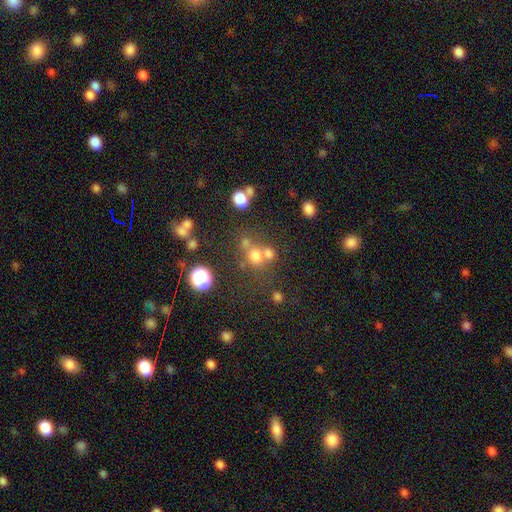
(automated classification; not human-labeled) smooth-or-featured: smooth: 66% | star or artifact: 21% | featured or disk: 13%
  how-rounded: round: 74% | in between: 25% | cigar-shaped: 1%
  merging: none: 46% | merger: 37% | minor disturbance: 10% | major disturbance: 7%